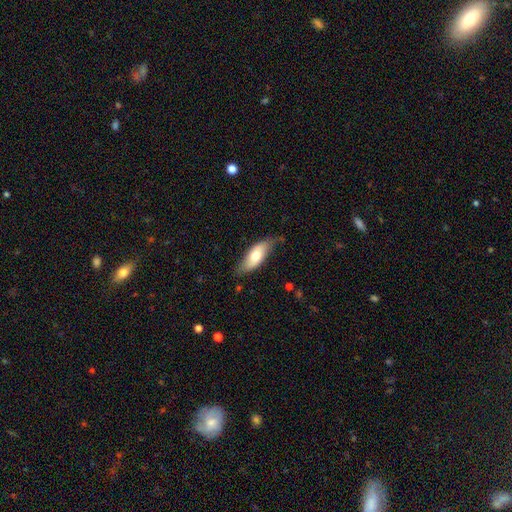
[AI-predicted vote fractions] This appears to be a smooth galaxy with no disk features (65%) that is in between round and cigar-shaped (77%). Merging: none (65%).